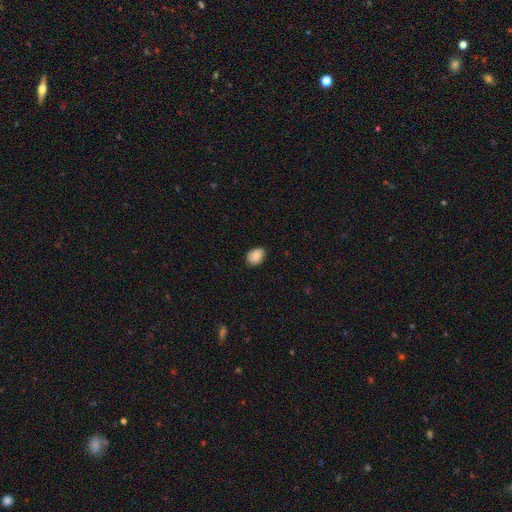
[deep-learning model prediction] A smooth galaxy with no disk features (84%) that is in between round and cigar-shaped (71%). Merging: none (80%).